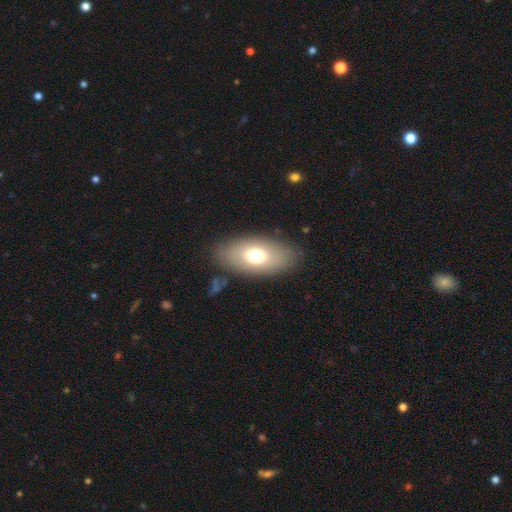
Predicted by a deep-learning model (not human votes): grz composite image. It shows a smooth galaxy with no disk features (65%) that is in between round and cigar-shaped (90%). Merging: none (81%).